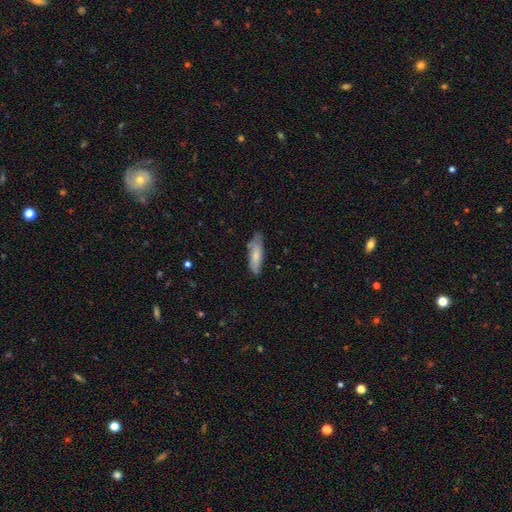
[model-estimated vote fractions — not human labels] Q: Smooth or featured?
A: smooth (71%); runner-up: featured or disk (23%)
Q: How rounded?
A: in between (49%); tied with: cigar-shaped (49%)
Q: Merging?
A: none (68%); runner-up: minor disturbance (25%)